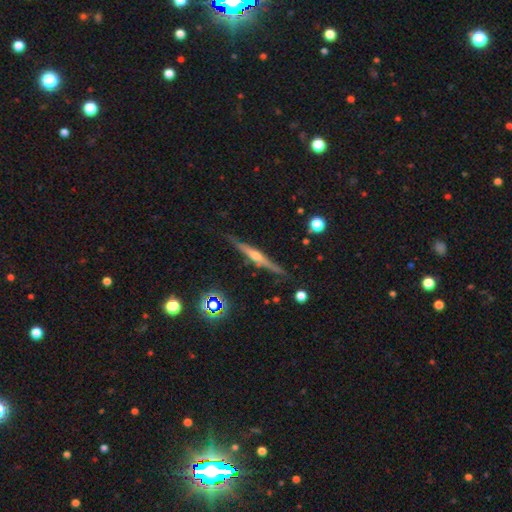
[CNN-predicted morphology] This is likely a featured or disk galaxy (77%). It is clearly viewed edge-on (98%). Edge-on bulge: clearly rounded (85%). Merging: clearly none (87%).